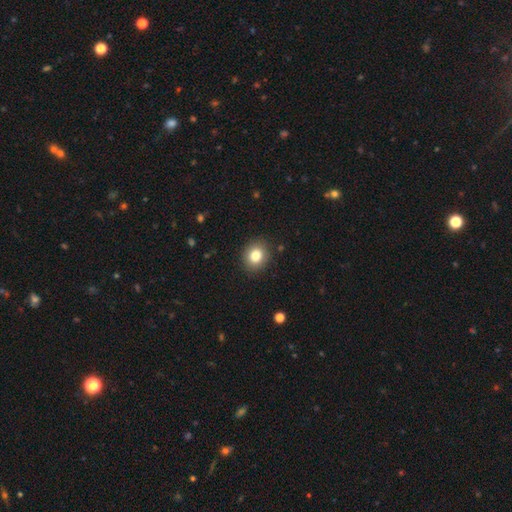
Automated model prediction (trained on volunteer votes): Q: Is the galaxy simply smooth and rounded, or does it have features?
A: smooth — 82%.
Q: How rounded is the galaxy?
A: round — 74%.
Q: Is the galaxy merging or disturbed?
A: none — 90%.